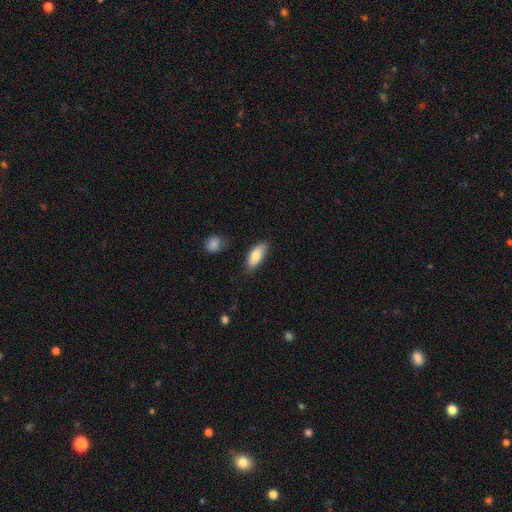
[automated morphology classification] smooth_or_featured: smooth (p=0.82) [alt: featured or disk p=0.12]
how_rounded: in between (p=0.81) [alt: cigar-shaped p=0.16]
merging: none (p=0.79) [alt: minor disturbance p=0.16]